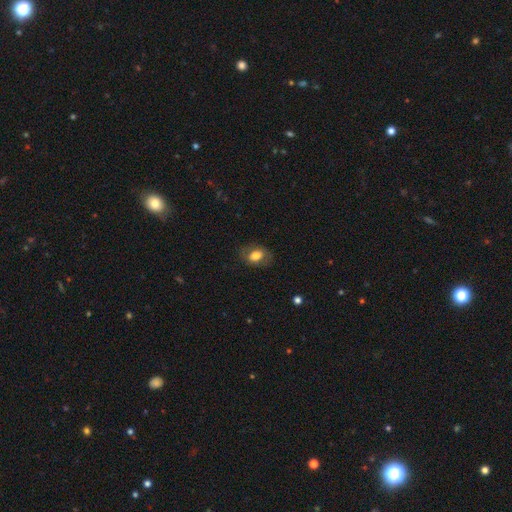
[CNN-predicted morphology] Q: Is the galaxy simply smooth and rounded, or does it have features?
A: smooth — 72%.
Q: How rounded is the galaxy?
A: in between — 77%.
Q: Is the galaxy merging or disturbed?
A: none — 77%.